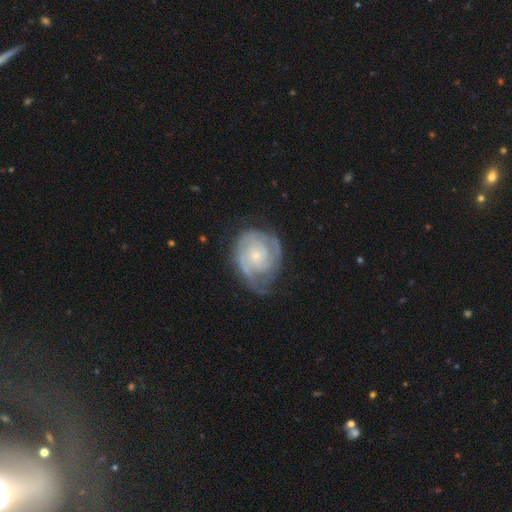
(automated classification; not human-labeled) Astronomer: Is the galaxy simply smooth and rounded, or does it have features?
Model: featured or disk — 83%.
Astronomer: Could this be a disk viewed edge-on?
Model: no — 98%.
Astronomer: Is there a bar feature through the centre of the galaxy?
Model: no — 78%.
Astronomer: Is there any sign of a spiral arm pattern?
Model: yes — 94%.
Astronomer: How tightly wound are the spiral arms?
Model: tight — 68%.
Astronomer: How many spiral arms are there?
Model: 2 — 33% (runner-up: can't tell, 31%).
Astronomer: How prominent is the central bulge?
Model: small — 76%.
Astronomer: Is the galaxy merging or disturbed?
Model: none — 59%.